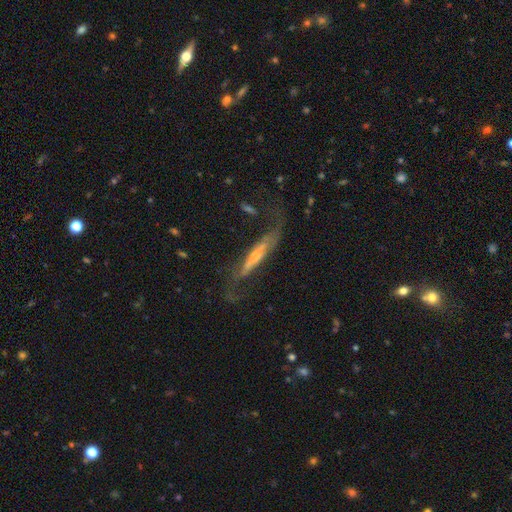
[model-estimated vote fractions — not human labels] A featured or disk galaxy (69%) viewed edge-on (59%).

Vote fractions:
- Smooth or featured? featured or disk: 69% / smooth: 24% / star or artifact: 7%
- Edge-on disk? yes: 59% / no: 41%
- Merging? none: 46% / major disturbance: 26% / minor disturbance: 23% / merger: 4%